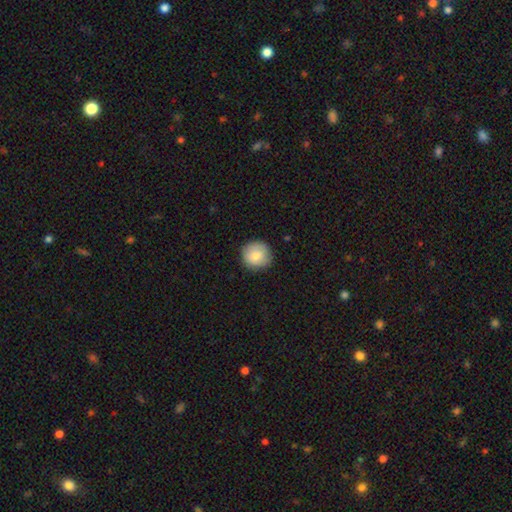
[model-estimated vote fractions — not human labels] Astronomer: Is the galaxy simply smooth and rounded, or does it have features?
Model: smooth — 81%.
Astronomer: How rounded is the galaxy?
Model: round — 92%.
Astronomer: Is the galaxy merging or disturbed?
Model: none — 87%.